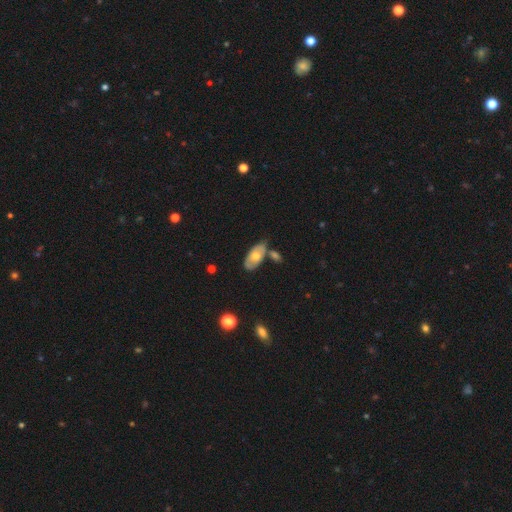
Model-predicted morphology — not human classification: Q: Smooth or featured?
A: smooth (55%); runner-up: featured or disk (39%)
Q: How rounded?
A: in between (90%); runner-up: cigar-shaped (6%)
Q: Merging?
A: none (58%); runner-up: minor disturbance (19%)